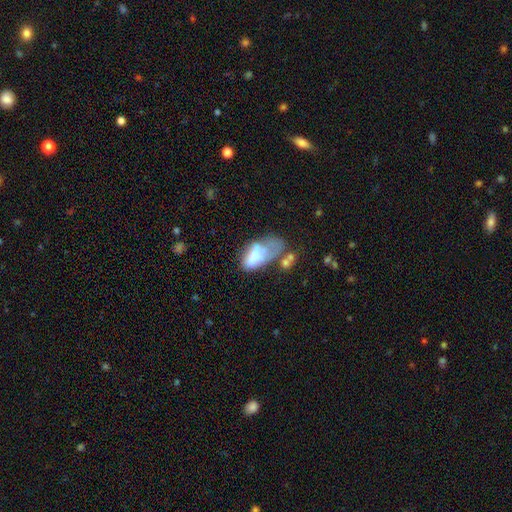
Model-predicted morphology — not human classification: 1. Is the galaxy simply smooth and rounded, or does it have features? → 59% smooth, 31% featured or disk, 10% star or artifact.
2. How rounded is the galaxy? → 90% in between, 6% cigar-shaped, 4% round.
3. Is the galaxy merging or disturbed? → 37% major disturbance, 27% merger, 20% minor disturbance, 16% none.